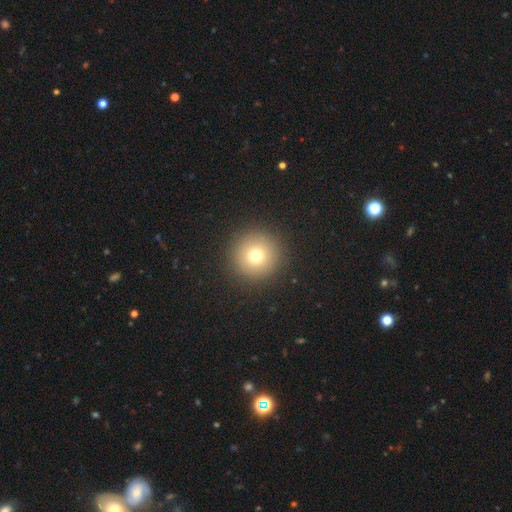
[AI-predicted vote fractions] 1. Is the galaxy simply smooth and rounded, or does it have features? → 74% smooth, 15% star or artifact, 11% featured or disk.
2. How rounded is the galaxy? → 96% round, 3% in between, 1% cigar-shaped.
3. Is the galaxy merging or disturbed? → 92% none, 5% minor disturbance, 2% major disturbance, 1% merger.